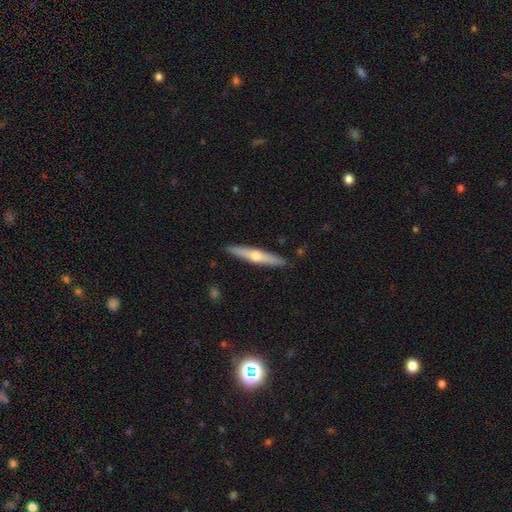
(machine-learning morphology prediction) A featured or disk galaxy (58%) viewed edge-on (95%) with a rounded central bulge (89%).

Vote fractions:
- Smooth or featured? featured or disk: 58% / smooth: 37% / star or artifact: 6%
- Edge-on disk? yes: 95% / no: 5%
- Edge-on bulge? rounded: 89% / none: 9% / boxy: 2%
- Merging? none: 91% / minor disturbance: 7% / major disturbance: 1% / merger: 1%